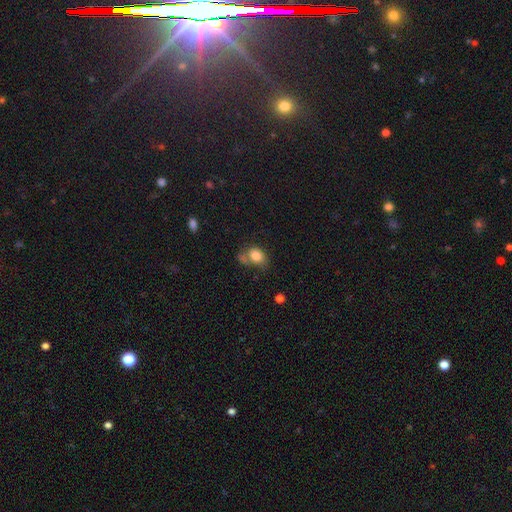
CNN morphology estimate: A smooth galaxy with no disk features (81%) that is in between round and cigar-shaped (68%). Merging: none (38%).